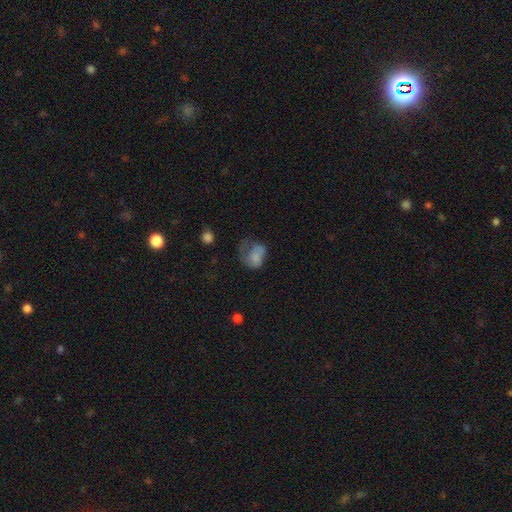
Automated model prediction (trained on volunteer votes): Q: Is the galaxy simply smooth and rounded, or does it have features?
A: smooth — 66%.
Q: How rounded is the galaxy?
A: in between — 61%.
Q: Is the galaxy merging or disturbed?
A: major disturbance — 47%.